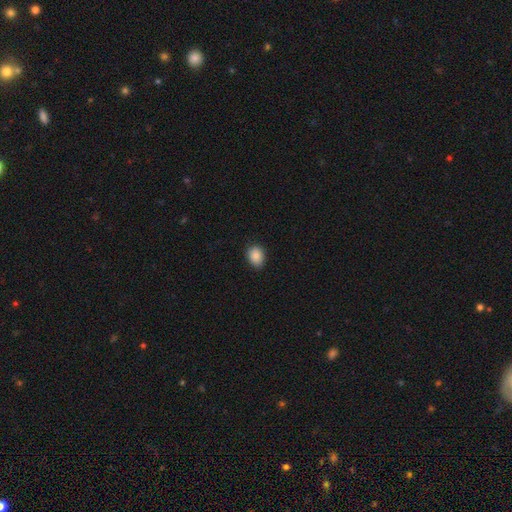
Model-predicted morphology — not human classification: type=smooth (88%); roundness=in between (66%); merging=none (84%).